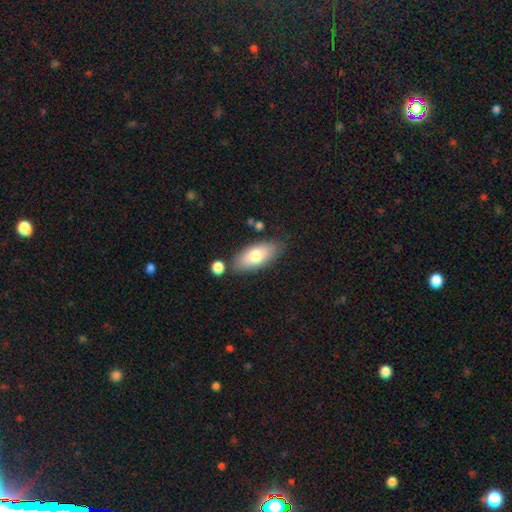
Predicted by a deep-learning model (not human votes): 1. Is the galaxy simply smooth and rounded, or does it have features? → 73% smooth, 21% featured or disk, 6% star or artifact.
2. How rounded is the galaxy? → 87% in between, 10% cigar-shaped, 3% round.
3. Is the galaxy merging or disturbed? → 76% none, 14% minor disturbance, 6% merger, 3% major disturbance.